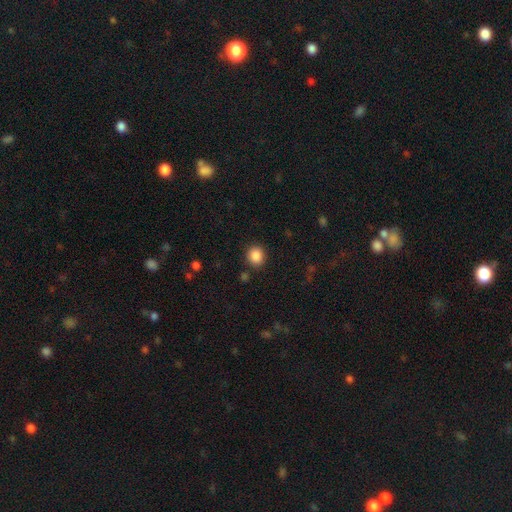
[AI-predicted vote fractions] smooth 87%, star or artifact 10%, featured or disk 3%. Down the decision tree: how rounded — round (79%); merging — none (88%).